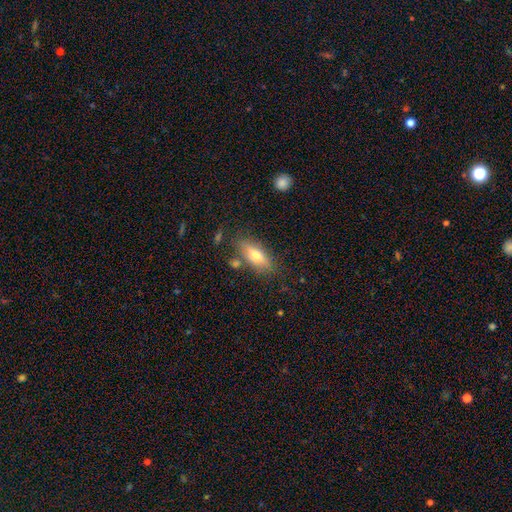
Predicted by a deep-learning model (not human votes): Morphology: type=smooth (64%); roundness=in between (67%); merging=none (76%).